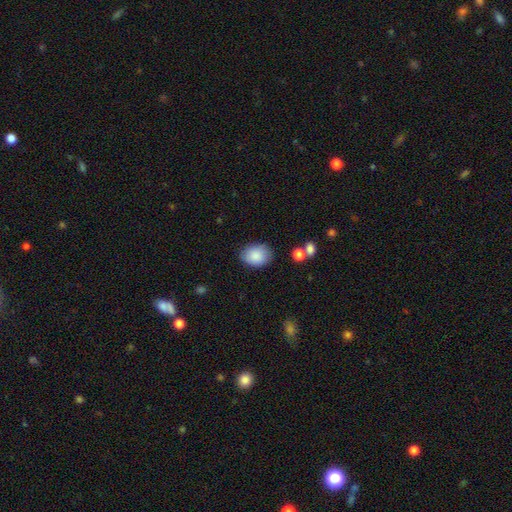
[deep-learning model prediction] A smooth galaxy with no disk features (87%) that is in between round and cigar-shaped (66%).

Vote fractions:
- Smooth or featured? smooth: 87% / star or artifact: 7% / featured or disk: 5%
- How rounded? in between: 66% / round: 33% / cigar-shaped: 1%
- Merging? none: 81% / minor disturbance: 14% / major disturbance: 3% / merger: 2%